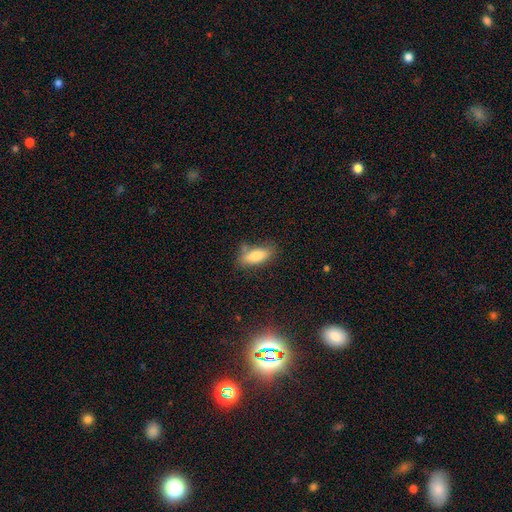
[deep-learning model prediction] A smooth galaxy with no disk features (81%) that is in between round and cigar-shaped (74%).

Vote fractions:
- Smooth or featured? smooth: 81% / featured or disk: 12% / star or artifact: 8%
- How rounded? in between: 74% / cigar-shaped: 24% / round: 2%
- Merging? none: 67% / minor disturbance: 21% / merger: 7% / major disturbance: 6%